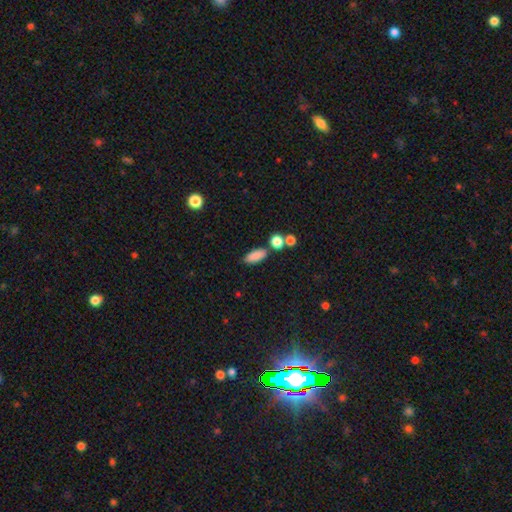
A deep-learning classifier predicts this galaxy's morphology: This appears to be a smooth galaxy with no disk features (85%) that is in between round and cigar-shaped (79%). Merging: none (71%).